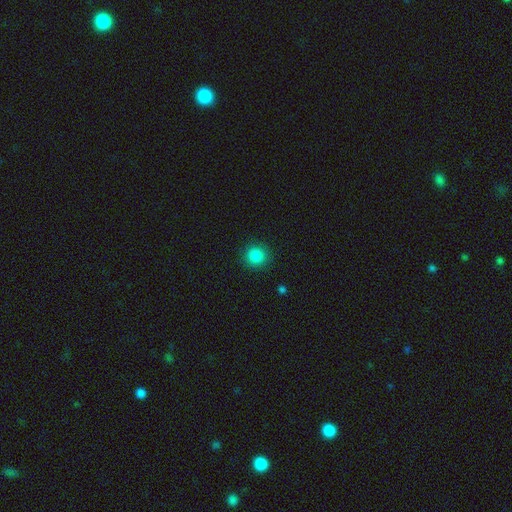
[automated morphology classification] A smooth galaxy with no disk features (86%) that is round (92%).

Vote fractions:
- Smooth or featured? smooth: 86% / star or artifact: 11% / featured or disk: 3%
- How rounded? round: 92% / in between: 7% / cigar-shaped: 1%
- Merging? none: 91% / minor disturbance: 6% / major disturbance: 2% / merger: 1%